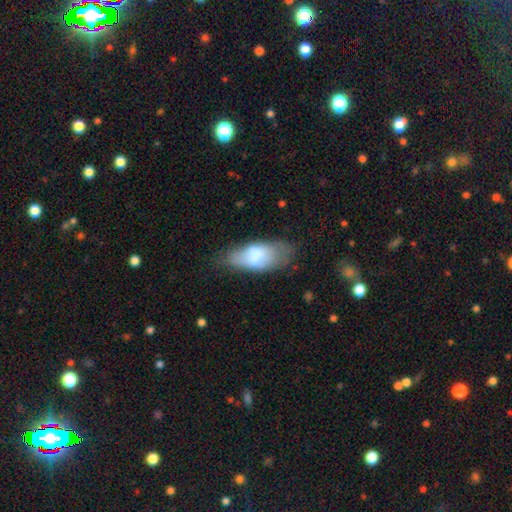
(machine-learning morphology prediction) A smooth galaxy with no disk features (65%) that is in between round and cigar-shaped (84%).

Vote fractions:
- Smooth or featured? smooth: 65% / featured or disk: 27% / star or artifact: 8%
- How rounded? in between: 84% / cigar-shaped: 13% / round: 3%
- Merging? none: 57% / minor disturbance: 26% / major disturbance: 13% / merger: 4%